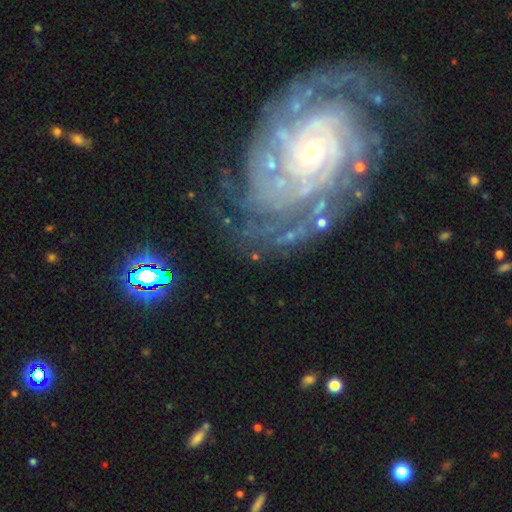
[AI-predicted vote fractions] featured or disk 73%, star or artifact 15%, smooth 12%. Down the decision tree: edge-on disk — no (95%); bar — no (58%); spiral arms — yes (87%); spiral arm count — can't tell (33%); spiral winding — tight (69%); bulge size — small (57%); merging — none (64%).